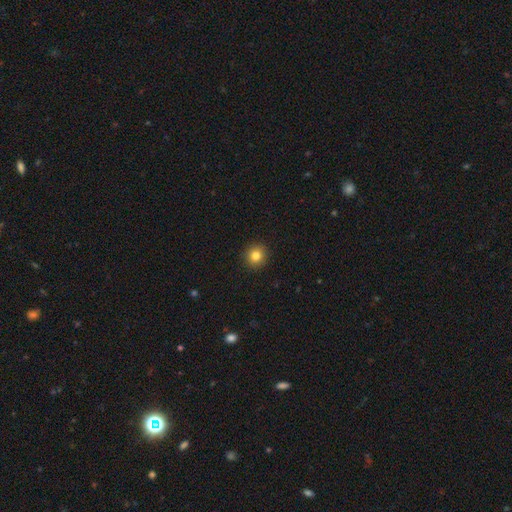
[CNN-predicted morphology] type=smooth (83%); roundness=round (92%); merging=none (93%).